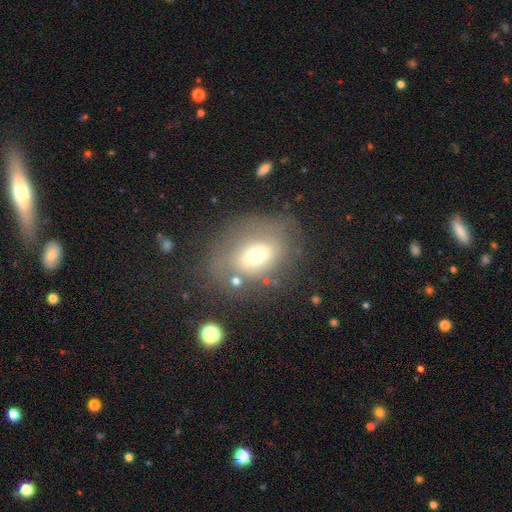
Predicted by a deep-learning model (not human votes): Overall: smooth (59%; featured or disk 28%). How rounded: in between (57%; round 42%). Merging: none (56%; minor disturbance 22%).